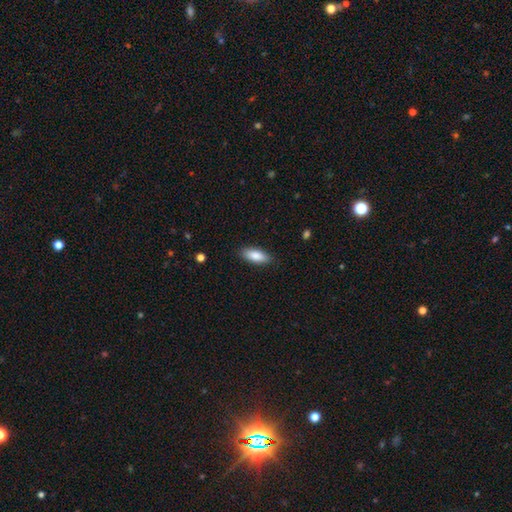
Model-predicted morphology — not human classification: Smooth or featured? smooth (86%)
How rounded? in between (77%)
Merging? none (87%)